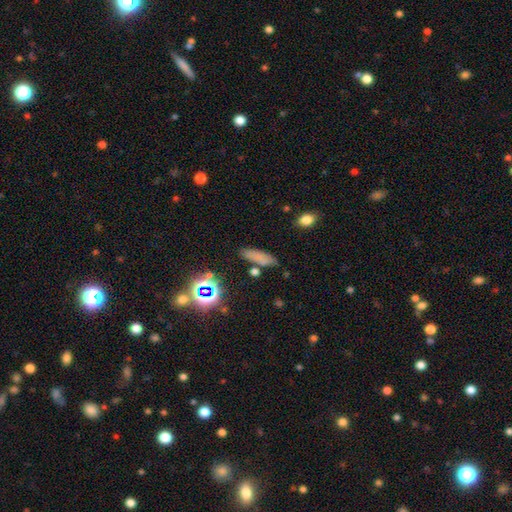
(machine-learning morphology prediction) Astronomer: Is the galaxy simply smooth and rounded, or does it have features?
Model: smooth — 70%.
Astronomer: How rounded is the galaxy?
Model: cigar-shaped — 63%.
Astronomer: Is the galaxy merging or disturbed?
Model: none — 77%.